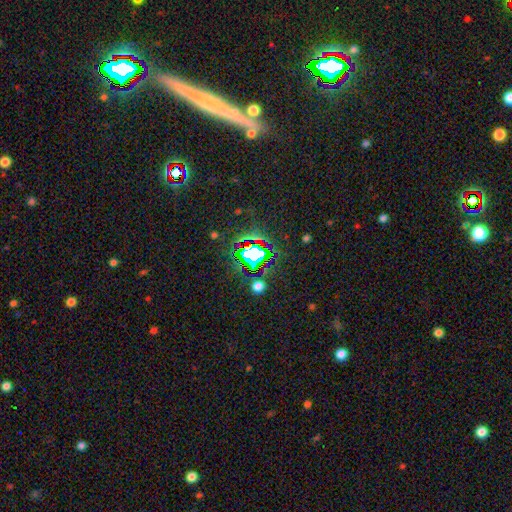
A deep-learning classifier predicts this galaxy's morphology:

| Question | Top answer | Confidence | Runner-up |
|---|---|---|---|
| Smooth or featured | star or artifact | 68% | smooth (20%) |